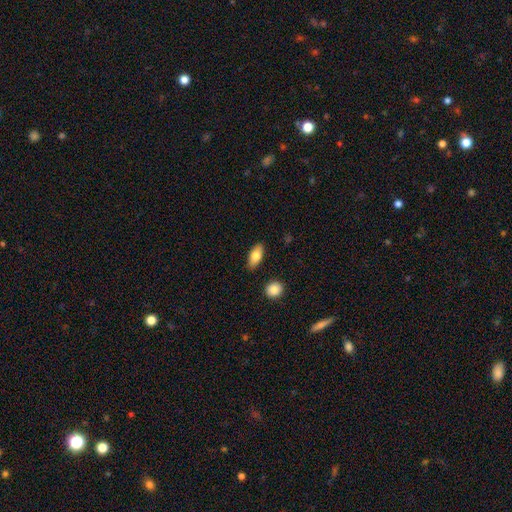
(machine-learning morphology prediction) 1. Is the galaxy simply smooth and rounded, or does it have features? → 79% smooth, 14% featured or disk, 7% star or artifact.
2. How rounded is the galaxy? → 87% in between, 9% cigar-shaped, 4% round.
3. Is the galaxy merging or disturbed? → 85% none, 10% minor disturbance, 3% merger, 2% major disturbance.